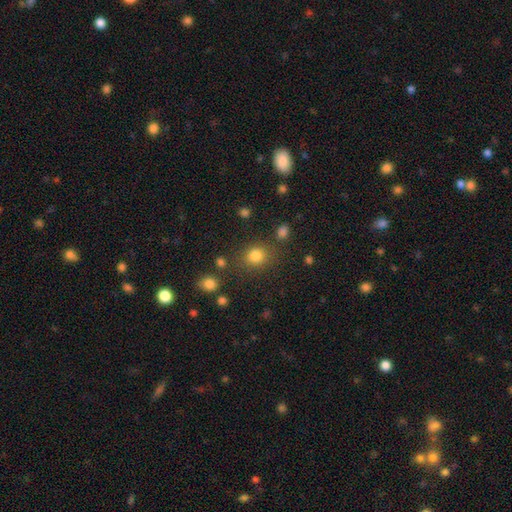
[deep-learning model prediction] This appears to be a smooth galaxy with no disk features (81%) that is round (77%). Merging: none (78%).